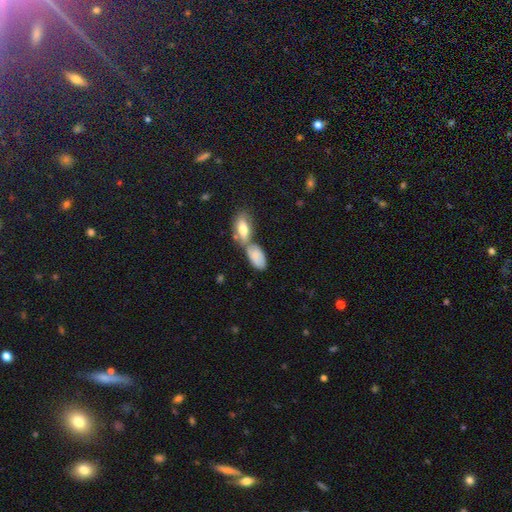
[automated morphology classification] Smooth or featured?
  - smooth: 74% *
  - featured or disk: 19%
  - star or artifact: 7%
How rounded?
  - in between: 90% *
  - cigar-shaped: 6%
  - round: 4%
Merging?
  - merger: 46% *
  - none: 34%
  - minor disturbance: 15%
  - major disturbance: 6%